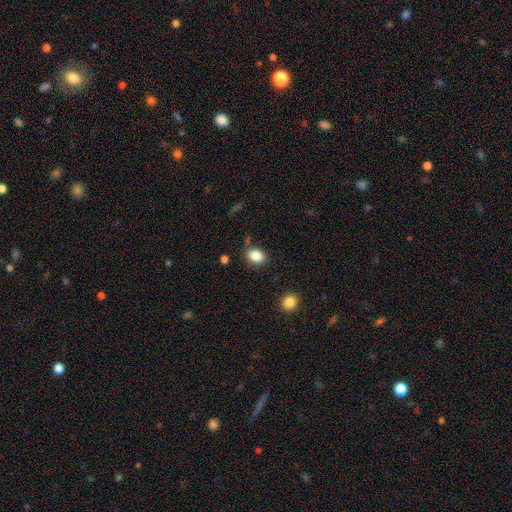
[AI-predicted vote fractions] smooth 85%, star or artifact 9%, featured or disk 6%. Down the decision tree: how rounded — in between (64%); merging — none (78%).